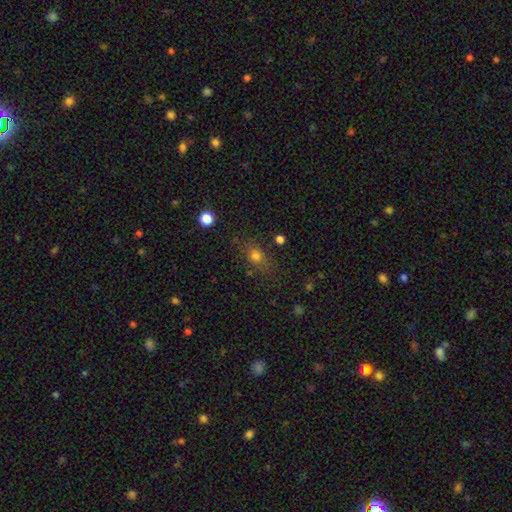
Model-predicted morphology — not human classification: smooth-or-featured: smooth: 74% | star or artifact: 15% | featured or disk: 11%
  how-rounded: in between: 62% | round: 34% | cigar-shaped: 5%
  merging: none: 70% | minor disturbance: 18% | major disturbance: 8% | merger: 4%